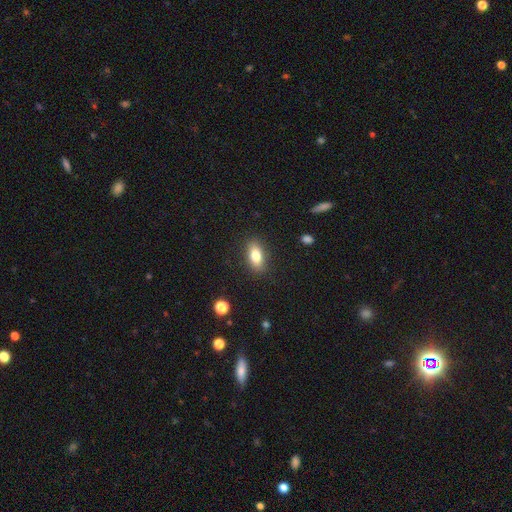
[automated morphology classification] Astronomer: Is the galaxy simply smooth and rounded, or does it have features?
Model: smooth — 80%.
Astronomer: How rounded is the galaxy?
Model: in between — 85%.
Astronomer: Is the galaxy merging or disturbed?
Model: none — 87%.